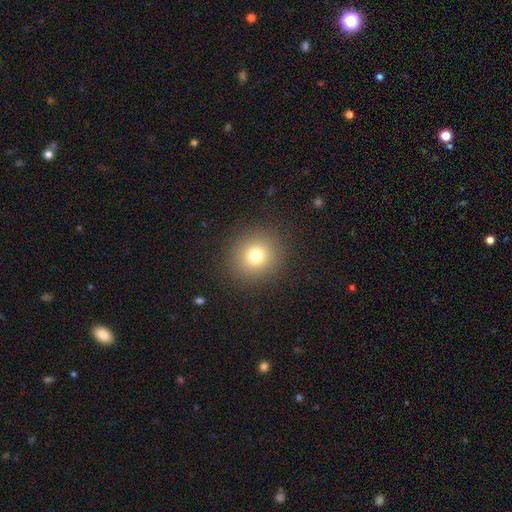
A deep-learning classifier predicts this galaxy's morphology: Smooth or featured?
  - smooth: 76% *
  - star or artifact: 15%
  - featured or disk: 9%
How rounded?
  - round: 90% *
  - in between: 9%
  - cigar-shaped: 1%
Merging?
  - none: 90% *
  - minor disturbance: 6%
  - major disturbance: 3%
  - merger: 1%